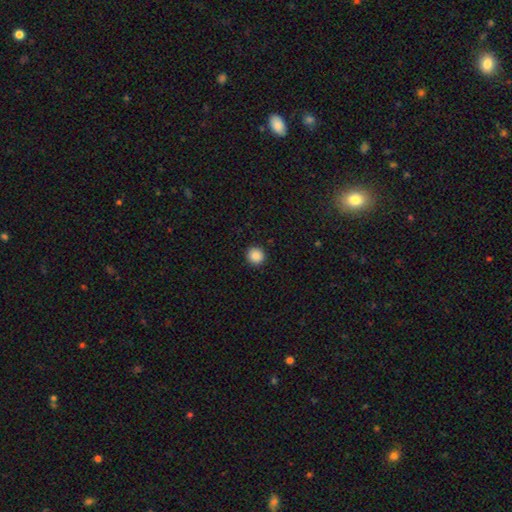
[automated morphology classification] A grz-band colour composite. It shows a smooth galaxy with no disk features (88%) that is round (95%). Merging: none (93%).